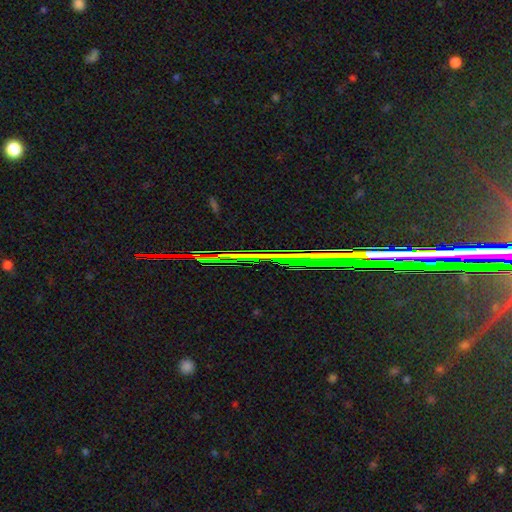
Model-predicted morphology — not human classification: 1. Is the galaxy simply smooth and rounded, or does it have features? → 83% star or artifact, 10% featured or disk, 7% smooth.